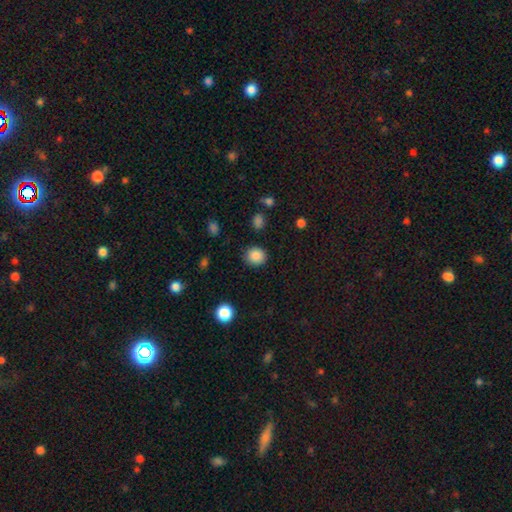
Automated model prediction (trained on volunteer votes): Smooth or featured: smooth — 86% (star or artifact — 10%)
How rounded: round — 84% (in between — 15%)
Merging: none — 88% (minor disturbance — 8%)